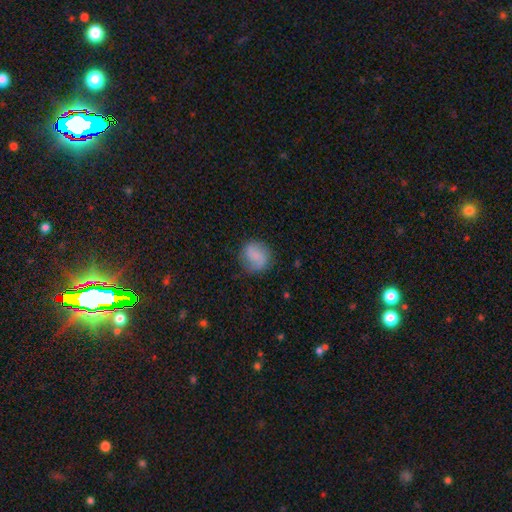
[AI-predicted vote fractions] Smooth or featured: smooth — 74% (featured or disk — 18%)
How rounded: round — 81% (in between — 18%)
Merging: none — 75% (minor disturbance — 18%)